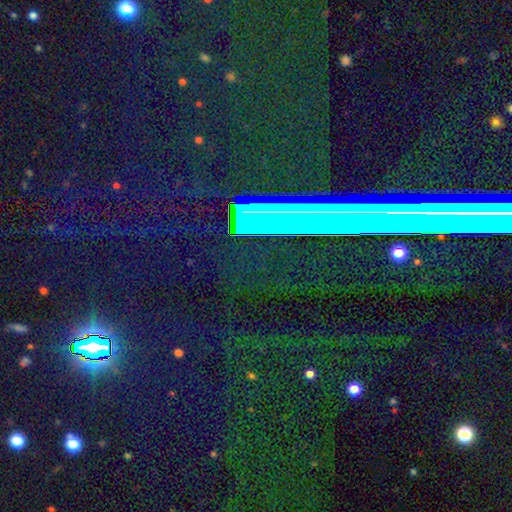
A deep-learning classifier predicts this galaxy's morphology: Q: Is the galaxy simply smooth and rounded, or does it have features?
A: star or artifact — 76%.